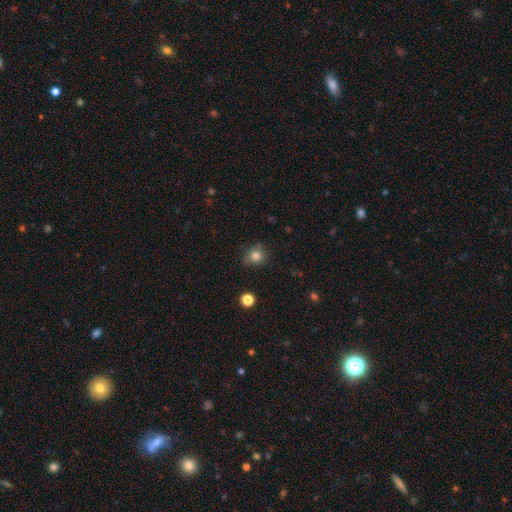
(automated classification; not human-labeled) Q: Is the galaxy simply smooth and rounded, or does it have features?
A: smooth — 82%.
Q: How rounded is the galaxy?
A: round — 87%.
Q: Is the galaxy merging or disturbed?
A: none — 79%.